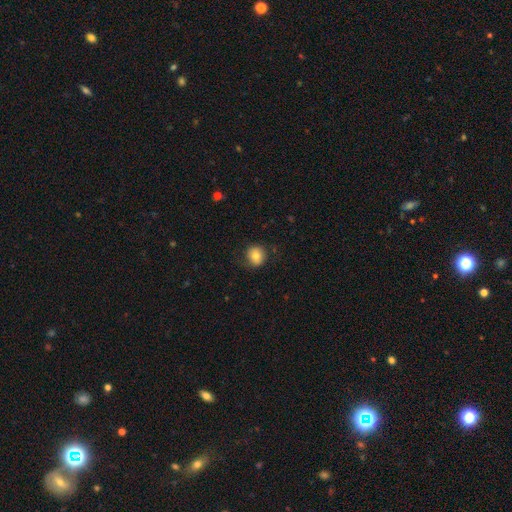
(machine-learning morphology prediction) The model was most divided on "merging": none: 78%, minor disturbance: 15%, major disturbance: 5%, merger: 1%. More confident: how rounded — round (86%); smooth or featured — smooth (78%).